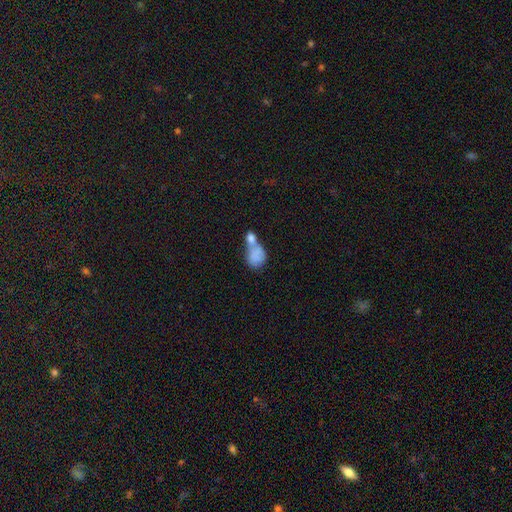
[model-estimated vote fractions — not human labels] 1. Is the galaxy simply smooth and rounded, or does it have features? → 75% smooth, 17% featured or disk, 9% star or artifact.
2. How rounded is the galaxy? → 60% in between, 37% round, 3% cigar-shaped.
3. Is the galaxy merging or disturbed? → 64% merger, 17% none, 10% minor disturbance, 10% major disturbance.